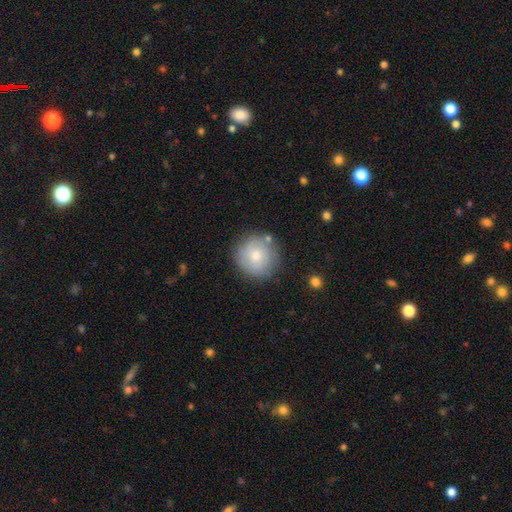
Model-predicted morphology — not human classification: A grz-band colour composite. It shows a smooth galaxy with no disk features (69%) that is round (93%). Merging: none (79%).